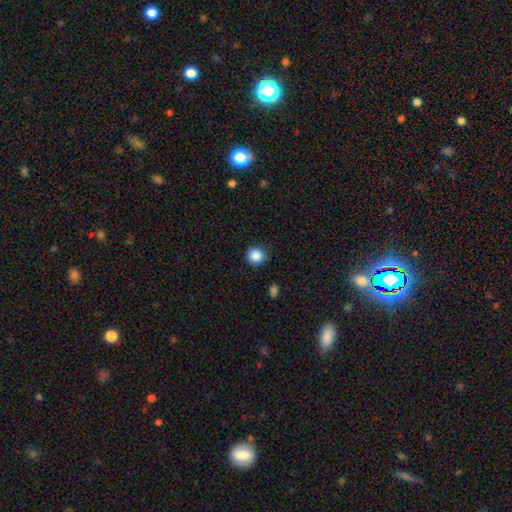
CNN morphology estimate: The model was most divided on "merging": none: 84%, minor disturbance: 12%, major disturbance: 3%, merger: 1%. More confident: how rounded — round (93%); smooth or featured — smooth (87%).